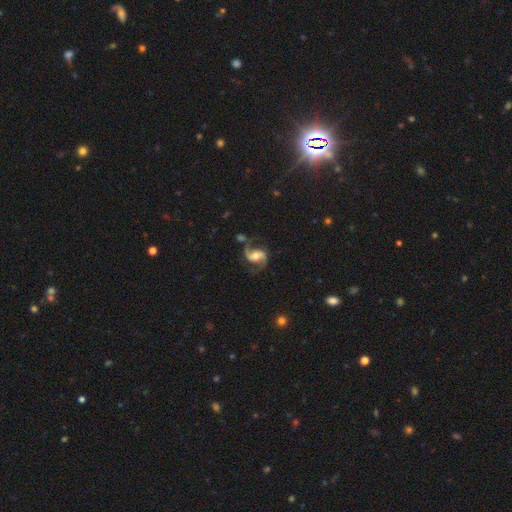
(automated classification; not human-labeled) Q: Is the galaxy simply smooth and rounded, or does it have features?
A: featured or disk — 87%.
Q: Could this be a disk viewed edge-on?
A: no — 98%.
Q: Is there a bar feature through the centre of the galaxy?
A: weak — 42%.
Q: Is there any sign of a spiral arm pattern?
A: yes — 97%.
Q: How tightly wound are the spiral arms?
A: medium — 47%.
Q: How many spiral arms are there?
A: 2 — 92%.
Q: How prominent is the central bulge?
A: moderate — 53%.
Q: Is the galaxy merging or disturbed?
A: none — 67%.